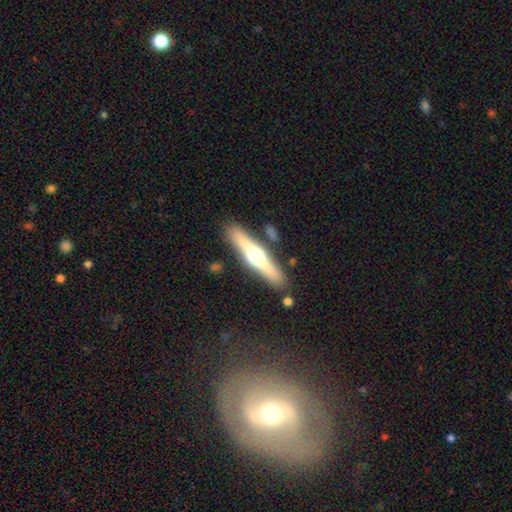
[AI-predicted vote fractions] Smooth or featured? Predicted: featured or disk (p=0.64). Edge-on disk? Predicted: yes (p=0.94). Edge-on bulge? Predicted: rounded (p=0.95). Merging? Predicted: none (p=0.86).